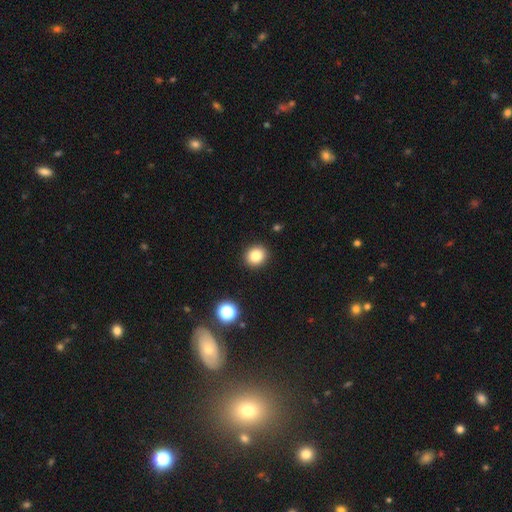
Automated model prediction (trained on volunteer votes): A smooth galaxy with no disk features (82%) that is round (85%). Merging: none (92%).